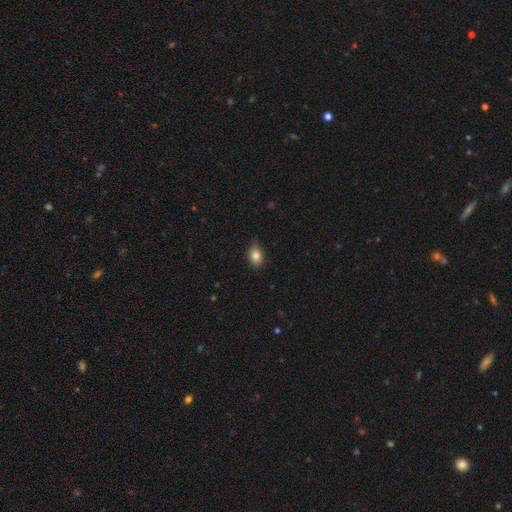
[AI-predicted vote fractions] Overall: smooth (82%). How rounded: in between (62%; round 37%). Merging: none (75%).